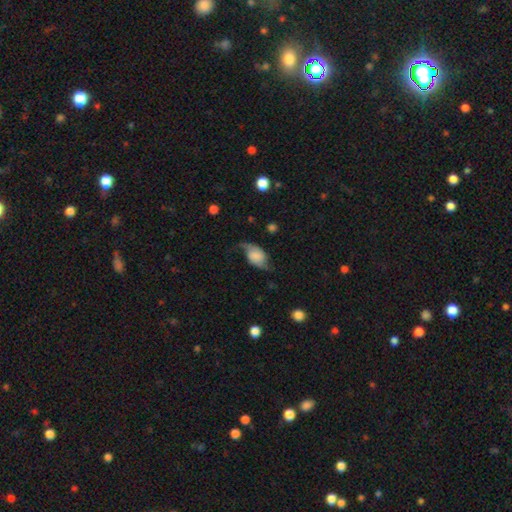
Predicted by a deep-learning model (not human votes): This is likely a featured or disk galaxy (61%). It is clearly not viewed edge-on (95%). Bar: likely no (66%). Spiral arm pattern: clearly yes (92%). Spiral arm count: clearly 2 (90%). Spiral winding: likely loose (78%). Central bulge: marginally none (36%). Merging: possibly none (57%).